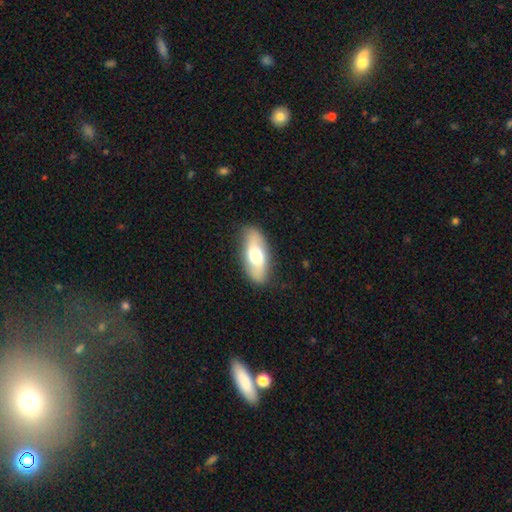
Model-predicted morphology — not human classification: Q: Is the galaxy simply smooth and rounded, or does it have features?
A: smooth — 53%.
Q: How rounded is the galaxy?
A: in between — 78%.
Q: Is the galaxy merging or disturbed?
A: none — 86%.